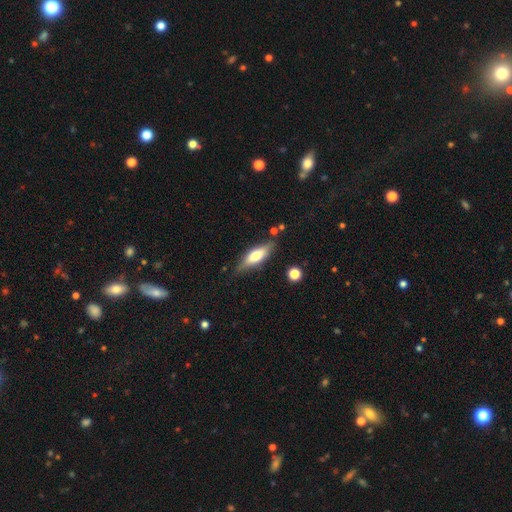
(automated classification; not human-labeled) Smooth or featured? smooth (51%)
How rounded? cigar-shaped (50%)
Merging? none (77%)